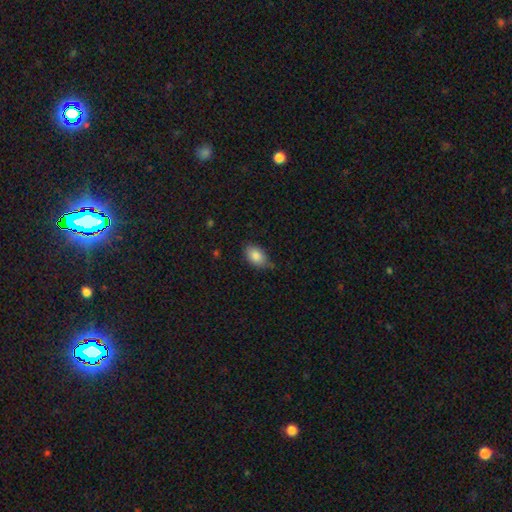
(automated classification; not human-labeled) smooth-or-featured: smooth: 85% | featured or disk: 8% | star or artifact: 7%
  how-rounded: in between: 90% | round: 8% | cigar-shaped: 2%
  merging: none: 70% | minor disturbance: 25% | major disturbance: 4% | merger: 2%